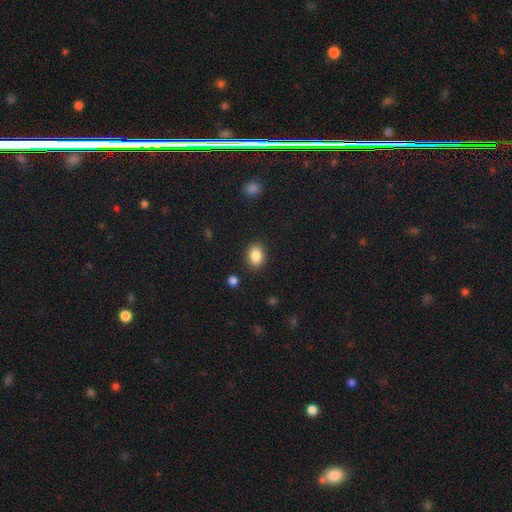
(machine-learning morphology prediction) Smooth or featured? Predicted: smooth (p=0.86). How rounded? Predicted: in between (p=0.71). Merging? Predicted: none (p=0.87).